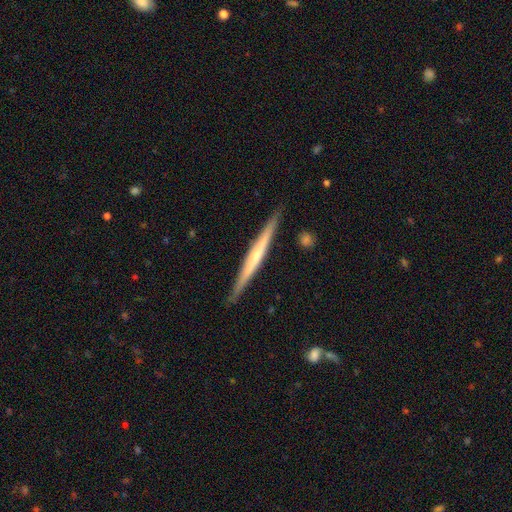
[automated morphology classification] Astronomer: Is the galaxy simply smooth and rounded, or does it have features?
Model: featured or disk — 70%.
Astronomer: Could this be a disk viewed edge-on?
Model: yes — 98%.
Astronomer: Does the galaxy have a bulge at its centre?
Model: rounded — 46% (runner-up: none, 45%).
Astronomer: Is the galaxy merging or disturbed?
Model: none — 90%.